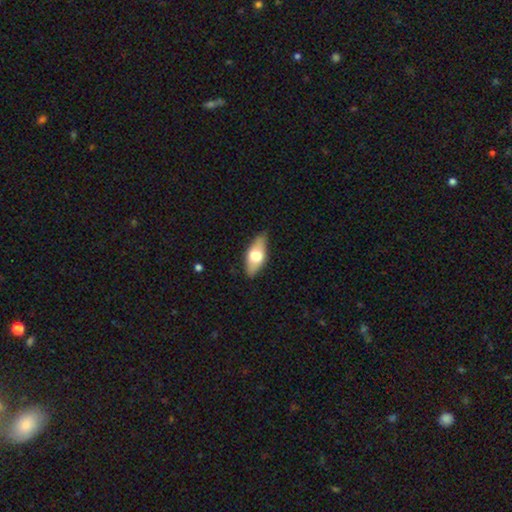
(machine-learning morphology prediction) smooth 56%, featured or disk 38%, star or artifact 6%. Down the decision tree: how rounded — in between (80%); merging — none (83%).